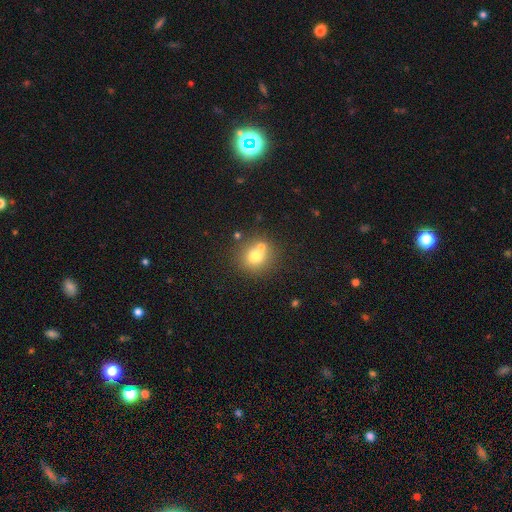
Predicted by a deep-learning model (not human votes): smooth_or_featured: smooth (p=0.71) [alt: featured or disk p=0.15]
how_rounded: round (p=0.89) [alt: in between p=0.10]
merging: none (p=0.61) [alt: merger p=0.27]